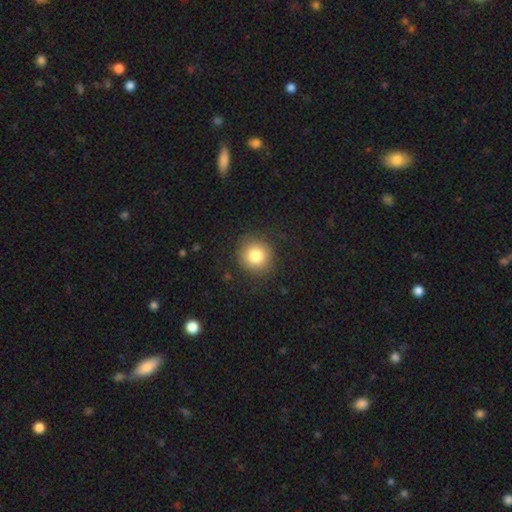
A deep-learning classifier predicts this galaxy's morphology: The model was most divided on "smooth or featured": smooth: 82%, star or artifact: 10%, featured or disk: 8%. More confident: how rounded — round (91%); merging — none (87%).